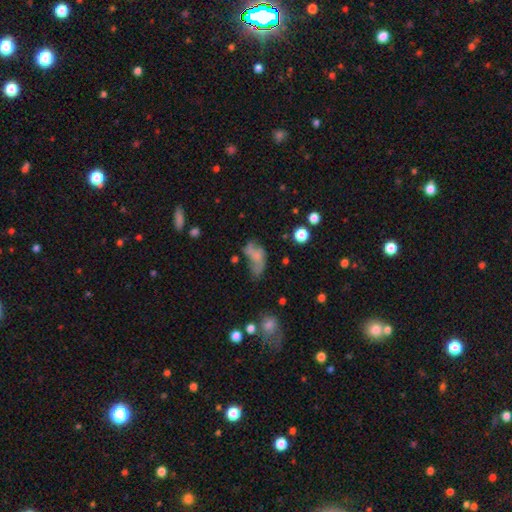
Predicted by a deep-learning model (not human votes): Smooth or featured? smooth (50%)
How rounded? in between (86%)
Merging? major disturbance (37%)